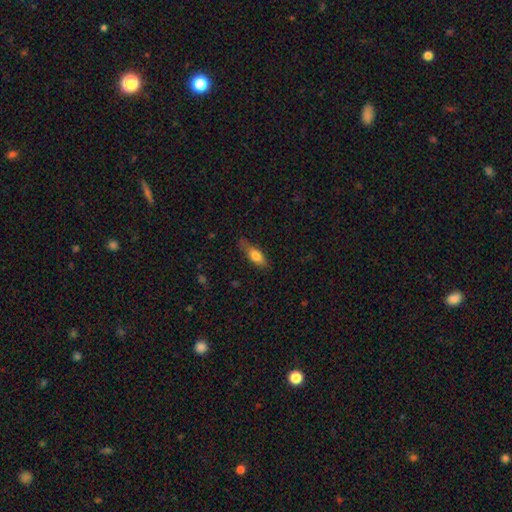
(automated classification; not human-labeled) Morphology: type=smooth (74%); roundness=in between (62%); merging=none (69%).